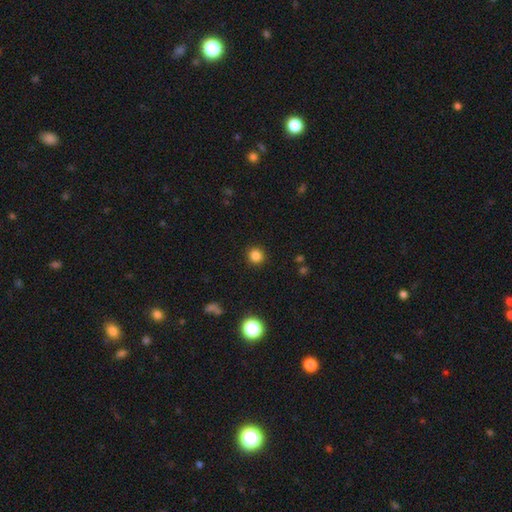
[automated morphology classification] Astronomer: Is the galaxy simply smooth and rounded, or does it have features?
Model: smooth — 83%.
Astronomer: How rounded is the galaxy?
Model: round — 93%.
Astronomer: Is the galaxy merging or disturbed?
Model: none — 92%.